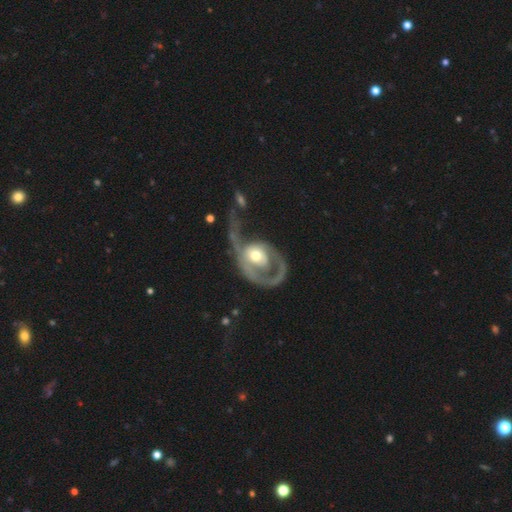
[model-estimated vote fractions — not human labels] Smooth or featured? featured or disk (73%)
Edge-on disk? no (96%)
Bar? no (79%)
Spiral arms? yes (58%)
Bulge size? moderate (63%)
Merging? major disturbance (62%)